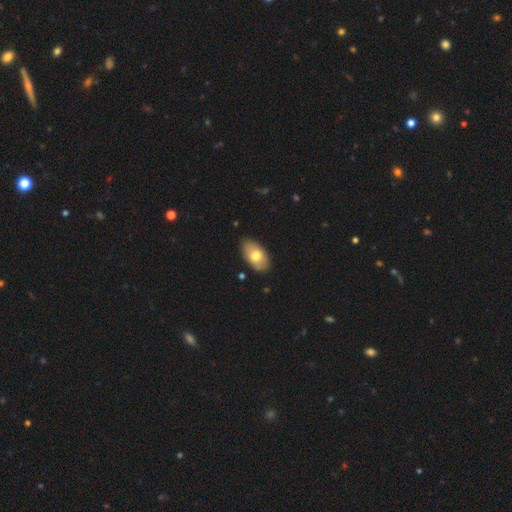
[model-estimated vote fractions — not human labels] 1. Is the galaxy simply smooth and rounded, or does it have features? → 72% smooth, 22% featured or disk, 6% star or artifact.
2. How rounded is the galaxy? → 93% in between, 5% round, 2% cigar-shaped.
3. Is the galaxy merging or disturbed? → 83% none, 13% minor disturbance, 2% major disturbance, 2% merger.